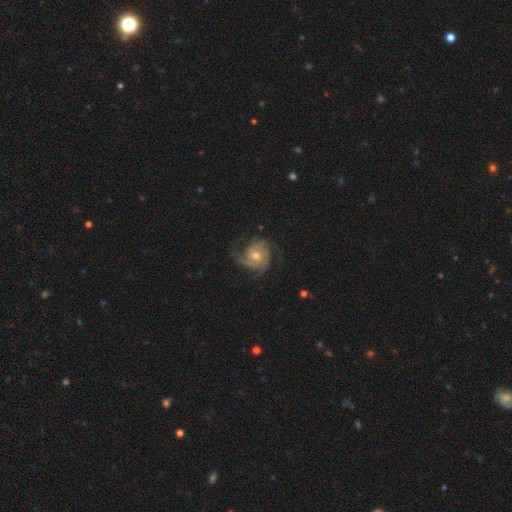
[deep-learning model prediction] A featured or disk galaxy (84%) with no bar (68%), 3 (45%) tight (49%) spiral arms (96%) and a moderate central bulge (67%).

Vote fractions:
- Smooth or featured? featured or disk: 84% / smooth: 11% / star or artifact: 5%
- Edge-on disk? no: 98% / yes: 2%
- Bar? no: 68% / weak: 27% / strong: 5%
- Spiral arms? yes: 96% / no: 4%
- Spiral winding? tight: 49% / medium: 40% / loose: 11%
- Spiral arm count? 3: 45% / 2: 26% / can't tell: 13% / 4: 7% / 1: 5% / more than 4: 4%
- Bulge size? moderate: 67% / small: 27% / large: 4% / none: 2% / dominant: 1%
- Merging? none: 63% / minor disturbance: 23% / major disturbance: 13% / merger: 1%